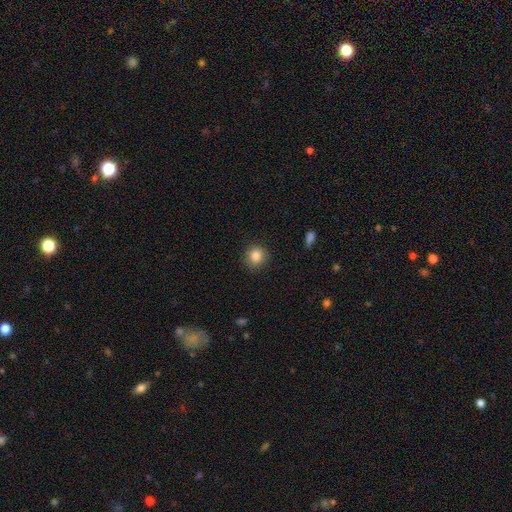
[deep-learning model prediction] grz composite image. It shows a smooth galaxy with no disk features (86%) that is round (87%). Merging: none (87%).